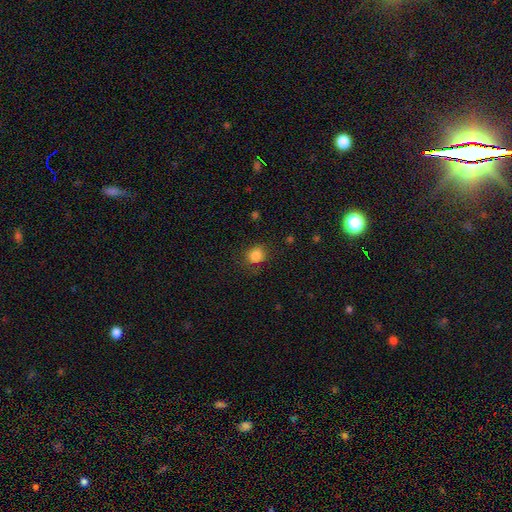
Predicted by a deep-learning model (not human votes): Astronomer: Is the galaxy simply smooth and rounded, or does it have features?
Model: smooth — 83%.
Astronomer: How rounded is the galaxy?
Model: round — 71%.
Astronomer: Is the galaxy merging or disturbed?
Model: none — 76%.